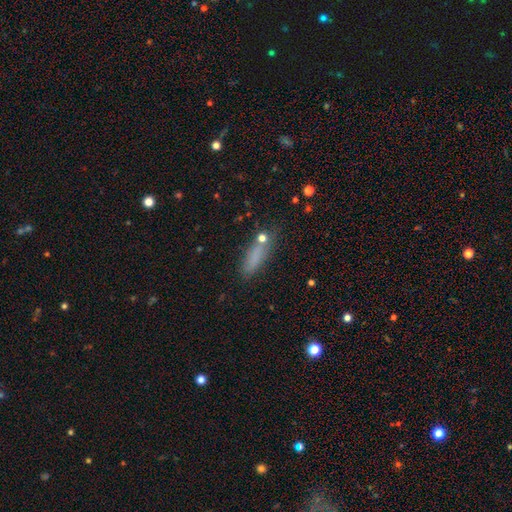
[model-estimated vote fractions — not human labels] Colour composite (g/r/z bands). It shows a smooth galaxy with no disk features (77%) that is cigar-shaped (51%). Merging: none (72%).